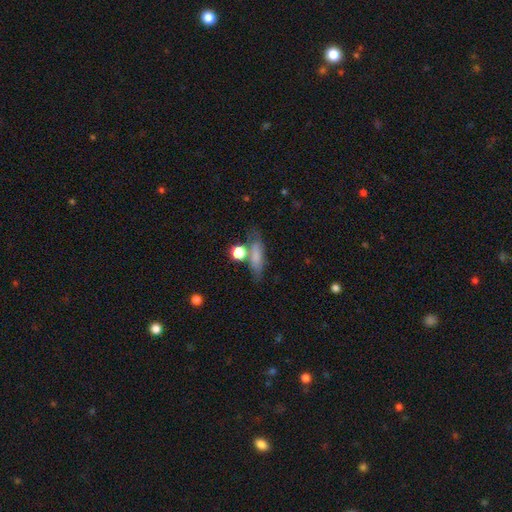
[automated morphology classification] type=smooth (72%); roundness=cigar-shaped (47%); merging=none (56%).